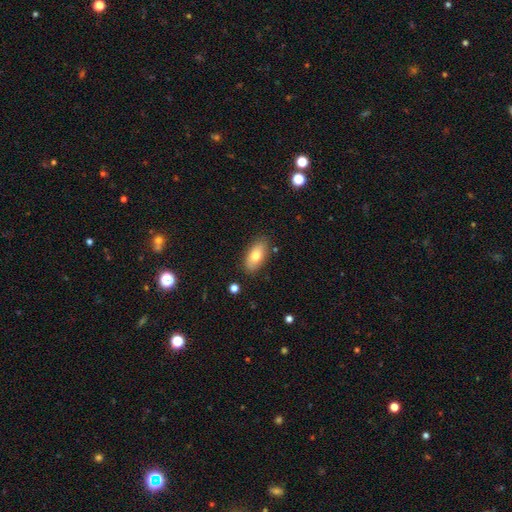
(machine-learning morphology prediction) A smooth galaxy with no disk features (75%) that is in between round and cigar-shaped (90%). Merging: none (84%).